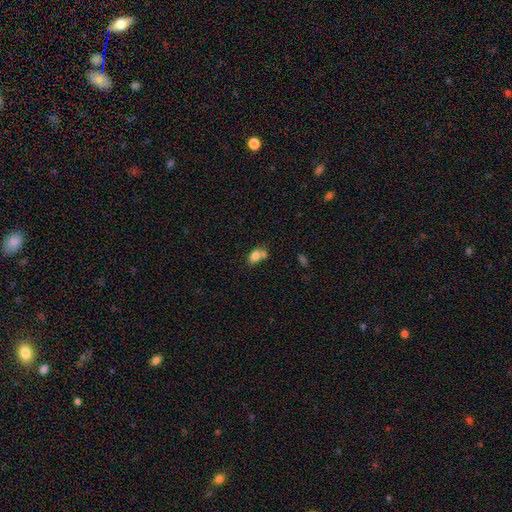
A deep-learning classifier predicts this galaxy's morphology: A smooth galaxy with no disk features (77%) that is in between round and cigar-shaped (75%). Merging: merger (45%).